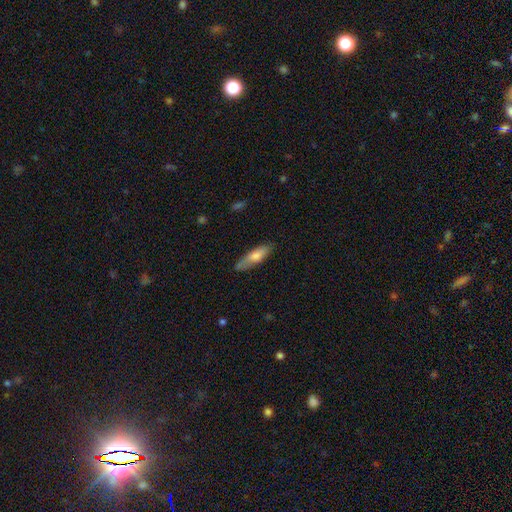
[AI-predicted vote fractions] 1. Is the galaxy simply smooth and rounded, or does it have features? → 62% smooth, 32% featured or disk, 6% star or artifact.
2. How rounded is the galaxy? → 64% cigar-shaped, 34% in between, 2% round.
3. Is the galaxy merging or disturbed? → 78% none, 17% minor disturbance, 3% major disturbance, 1% merger.